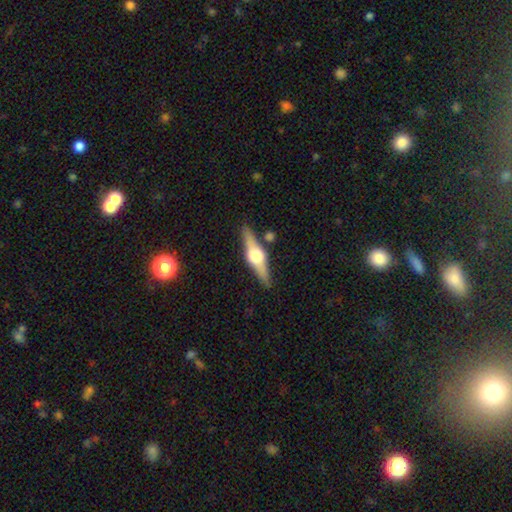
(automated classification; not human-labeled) Morphology: type=featured or disk (73%); edge-on=yes (96%); edge-on bulge=rounded (94%); merging=none (84%).